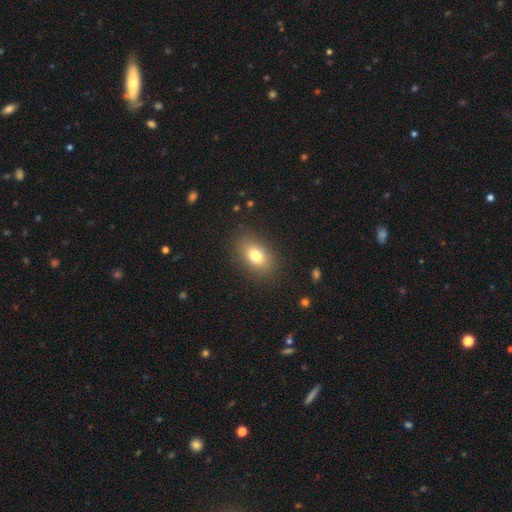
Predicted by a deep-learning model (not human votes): A smooth galaxy with no disk features (77%) that is in between round and cigar-shaped (83%).

Vote fractions:
- Smooth or featured? smooth: 77% / featured or disk: 13% / star or artifact: 10%
- How rounded? in between: 83% / round: 15% / cigar-shaped: 2%
- Merging? none: 85% / minor disturbance: 10% / major disturbance: 4% / merger: 1%